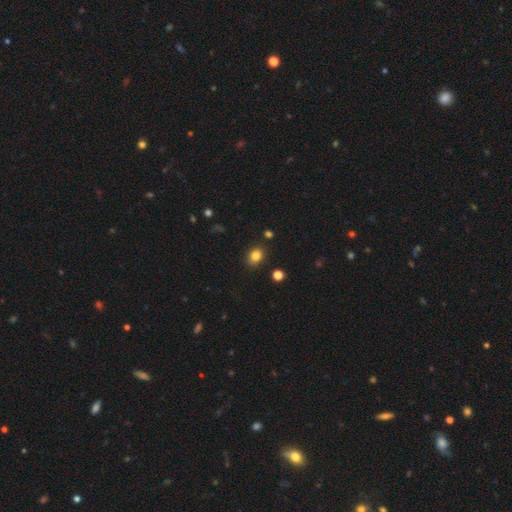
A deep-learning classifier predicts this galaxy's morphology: Smooth or featured: smooth — 82% (star or artifact — 12%)
How rounded: in between — 58% (round — 41%)
Merging: none — 84% (minor disturbance — 11%)